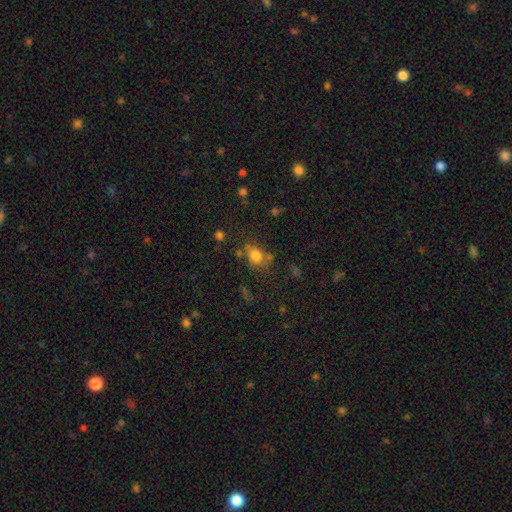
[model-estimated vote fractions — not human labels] smooth_or_featured: smooth (p=0.75) [alt: star or artifact p=0.14]
how_rounded: round (p=0.58) [alt: in between p=0.40]
merging: none (p=0.59) [alt: minor disturbance p=0.20]